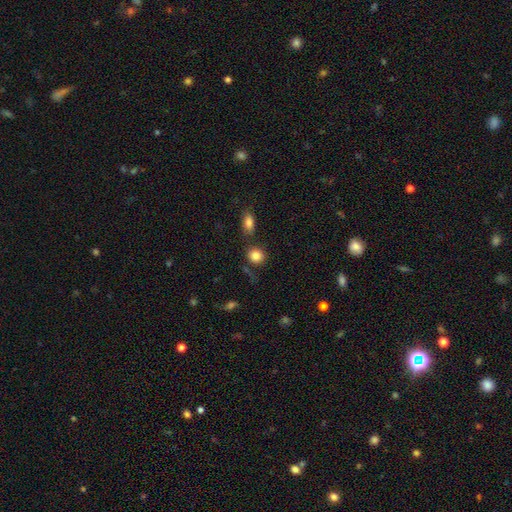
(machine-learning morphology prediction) Smooth or featured? smooth (86%)
How rounded? round (78%)
Merging? none (74%)